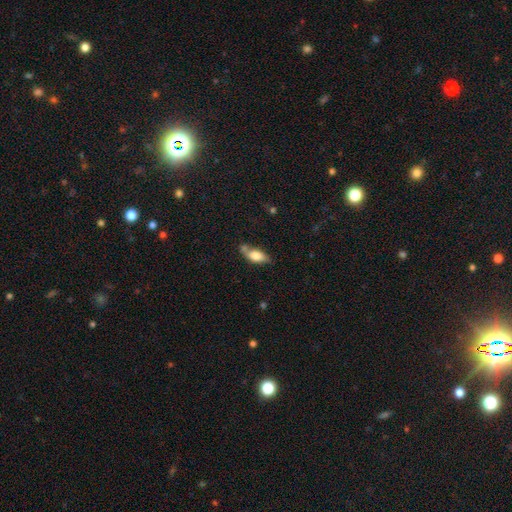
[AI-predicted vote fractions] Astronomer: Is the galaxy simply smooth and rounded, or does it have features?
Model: smooth — 72%.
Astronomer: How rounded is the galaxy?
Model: in between — 79%.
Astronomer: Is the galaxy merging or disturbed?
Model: none — 53%.